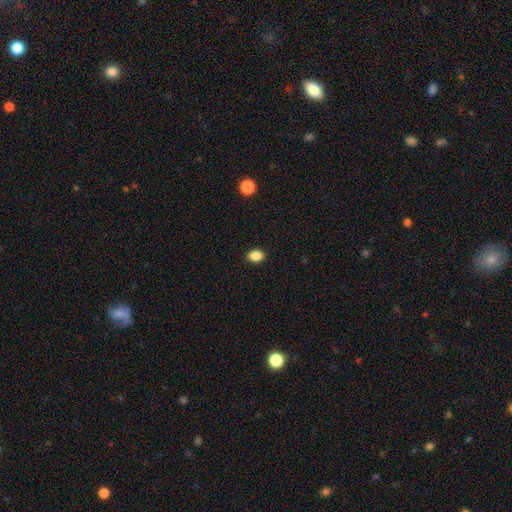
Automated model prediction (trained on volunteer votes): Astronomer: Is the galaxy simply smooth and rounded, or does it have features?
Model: smooth — 87%.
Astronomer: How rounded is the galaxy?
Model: in between — 73%.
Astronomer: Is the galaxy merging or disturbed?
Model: none — 90%.